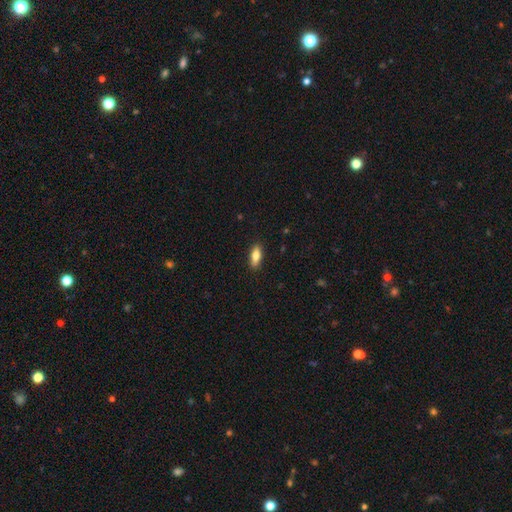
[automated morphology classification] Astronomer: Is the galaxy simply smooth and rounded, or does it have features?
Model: smooth — 81%.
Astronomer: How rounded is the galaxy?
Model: in between — 74%.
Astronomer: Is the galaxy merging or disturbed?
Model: none — 87%.